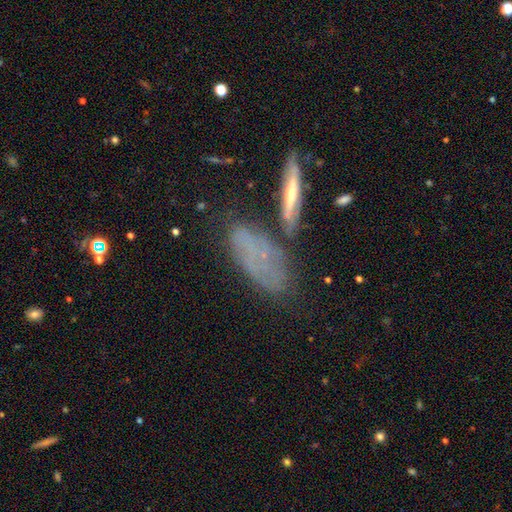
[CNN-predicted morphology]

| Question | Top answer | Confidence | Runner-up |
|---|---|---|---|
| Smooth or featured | featured or disk | 45% | smooth (41%) |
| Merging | none | 54% | minor disturbance (22%) |